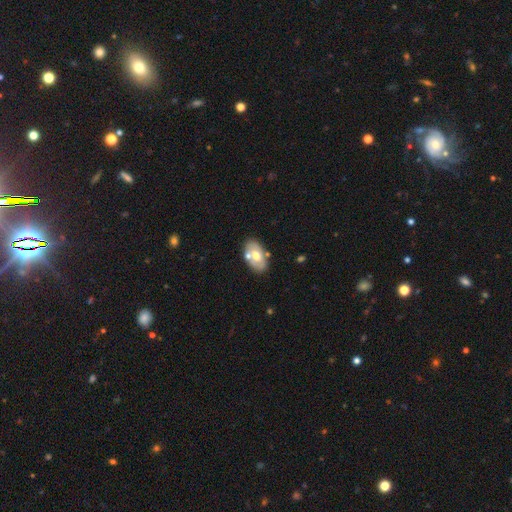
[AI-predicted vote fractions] smooth_or_featured: smooth (p=0.50) [alt: featured or disk p=0.43]
merging: none (p=0.69) [alt: minor disturbance p=0.15]